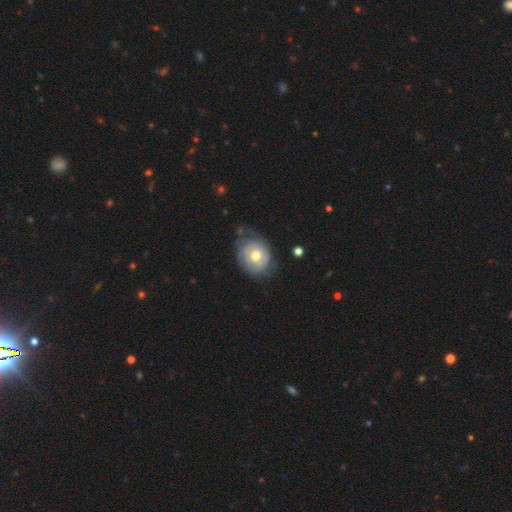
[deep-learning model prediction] Morphology: type=featured or disk (53%); edge-on=no (96%); bar=no (77%); spiral arms=yes (58%); bulge=moderate (75%); merging=none (56%).